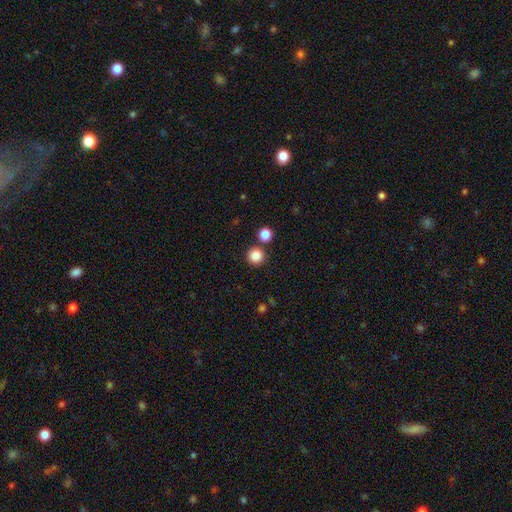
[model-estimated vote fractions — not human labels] This is clearly a smooth galaxy (85%). How rounded: clearly round (95%). Merging: clearly none (85%).